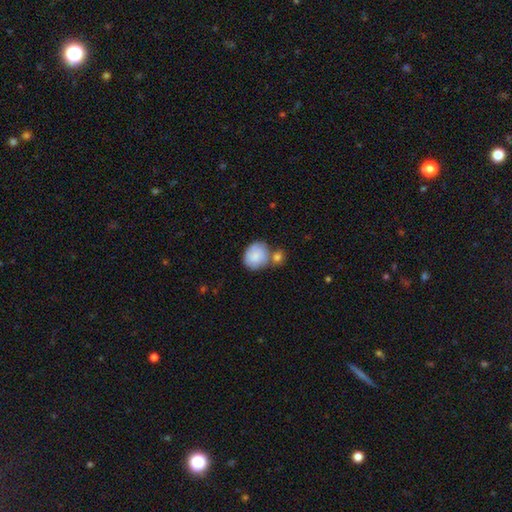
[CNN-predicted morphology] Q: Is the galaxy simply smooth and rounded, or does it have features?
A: smooth — 84%.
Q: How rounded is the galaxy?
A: round — 63%.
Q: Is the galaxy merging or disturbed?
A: none — 47%.